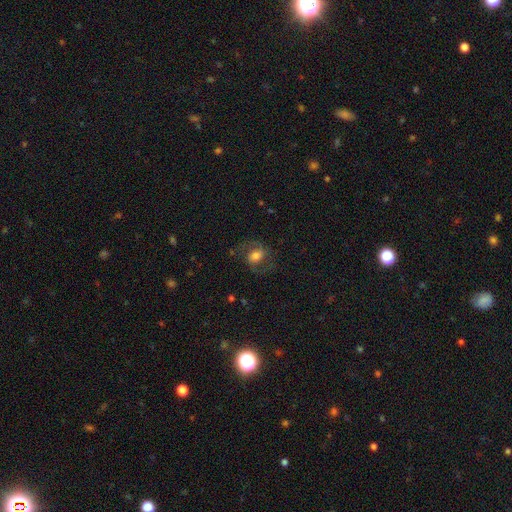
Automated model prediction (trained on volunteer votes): Morphology: type=featured or disk (55%); edge-on=no (96%); bar=no (44%); spiral arms=yes (85%); bulge=moderate (50%); merging=none (68%).